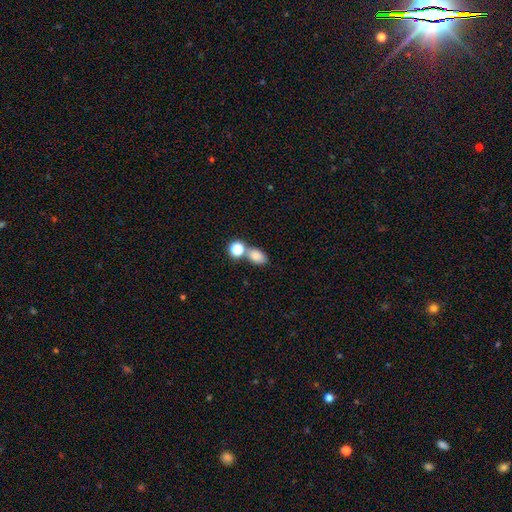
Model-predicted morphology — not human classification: type=smooth (80%); roundness=in between (76%); merging=none (51%).